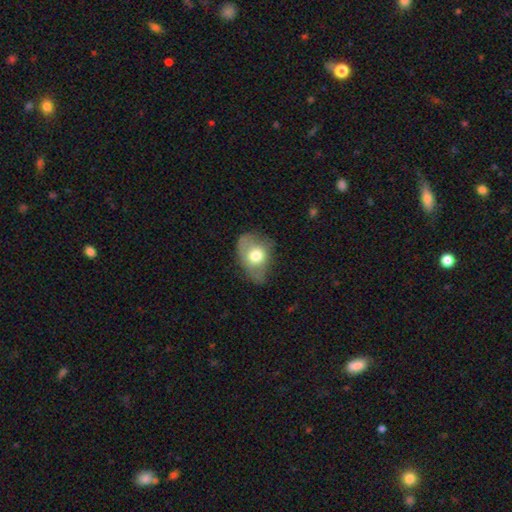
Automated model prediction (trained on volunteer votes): Morphology: type=smooth (60%); roundness=in between (76%); merging=none (41%).